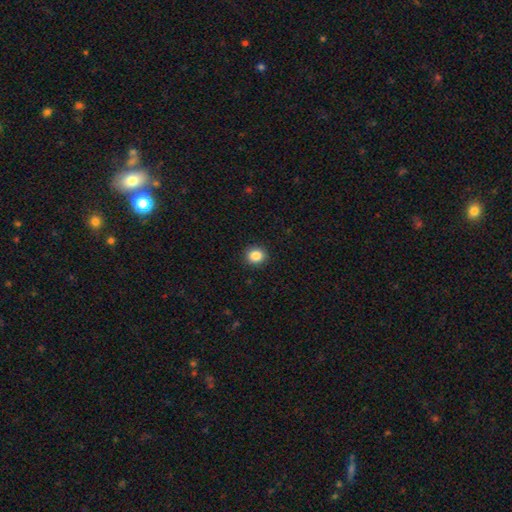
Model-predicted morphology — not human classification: A smooth galaxy with no disk features (87%) that is round (79%).

Vote fractions:
- Smooth or featured? smooth: 87% / star or artifact: 10% / featured or disk: 4%
- How rounded? round: 79% / in between: 20% / cigar-shaped: 1%
- Merging? none: 91% / minor disturbance: 6% / major disturbance: 2% / merger: 1%